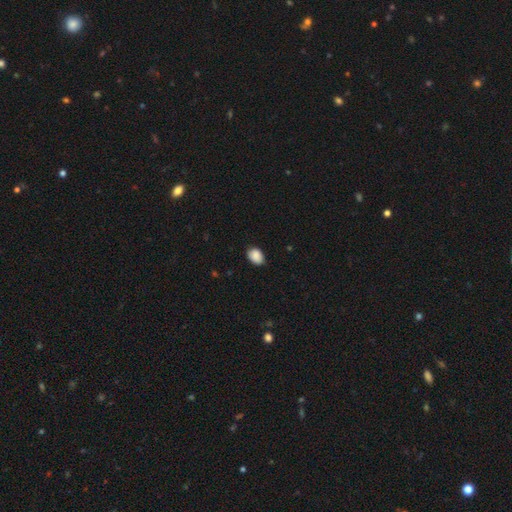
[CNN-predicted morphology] type=smooth (89%); roundness=in between (74%); merging=none (81%).